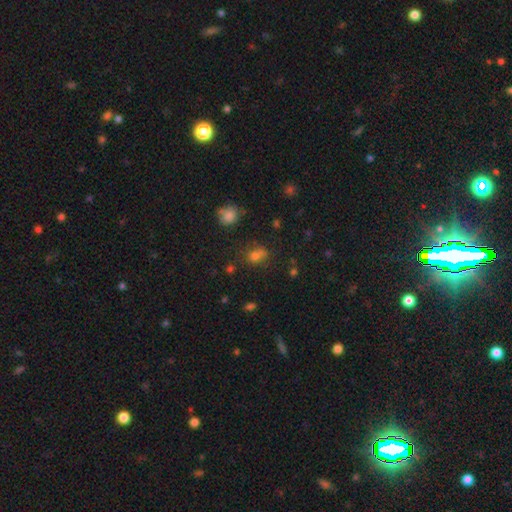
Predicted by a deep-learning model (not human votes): A smooth galaxy with no disk features (67%) that is round (59%). Merging: none (54%).